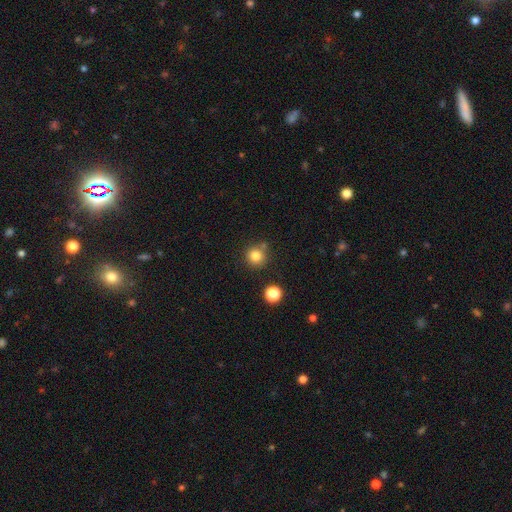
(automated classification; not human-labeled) A smooth galaxy with no disk features (81%) that is round (93%).

Vote fractions:
- Smooth or featured? smooth: 81% / star or artifact: 12% / featured or disk: 6%
- How rounded? round: 93% / in between: 6% / cigar-shaped: 1%
- Merging? none: 75% / minor disturbance: 11% / merger: 11% / major disturbance: 3%